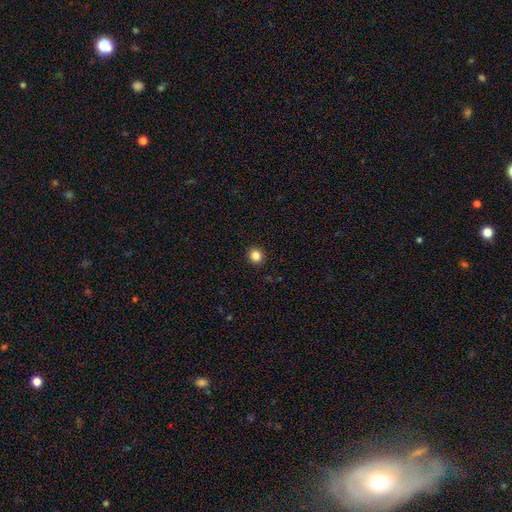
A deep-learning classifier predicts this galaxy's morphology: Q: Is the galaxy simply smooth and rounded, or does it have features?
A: smooth — 84%.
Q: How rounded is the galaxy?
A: round — 88%.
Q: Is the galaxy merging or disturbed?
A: none — 92%.